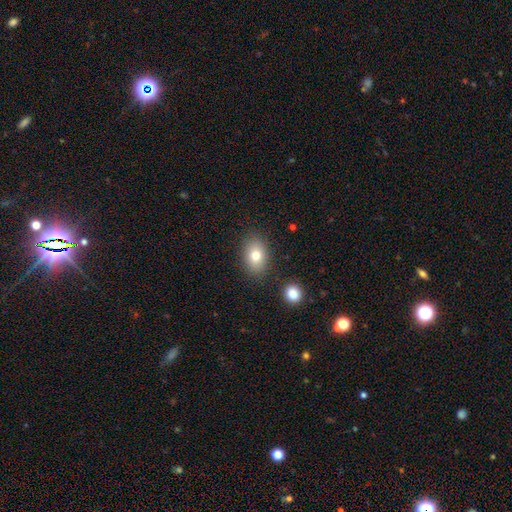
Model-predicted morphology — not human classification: A smooth galaxy with no disk features (78%) that is in between round and cigar-shaped (79%). Merging: none (84%).